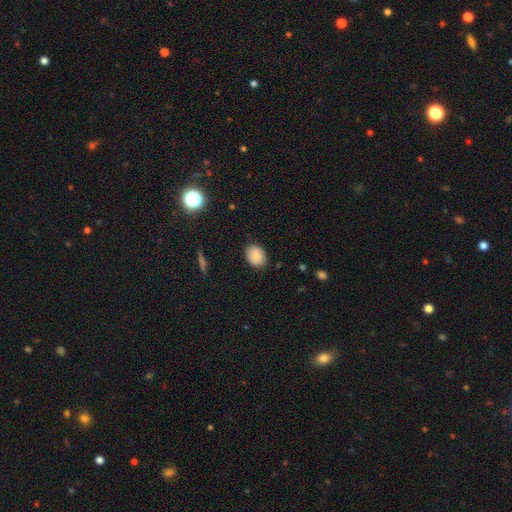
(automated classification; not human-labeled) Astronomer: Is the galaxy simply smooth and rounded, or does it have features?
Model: smooth — 84%.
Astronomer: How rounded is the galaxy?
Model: in between — 59% (runner-up: round, 40%).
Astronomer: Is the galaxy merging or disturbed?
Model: none — 85%.